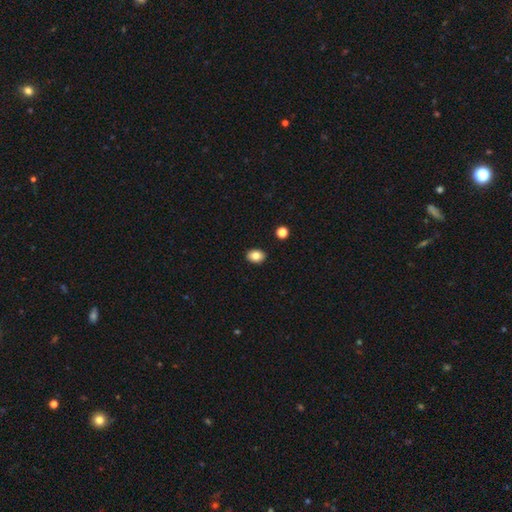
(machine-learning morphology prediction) Overall: smooth (83%). How rounded: in between (66%; round 33%). Merging: none (90%).